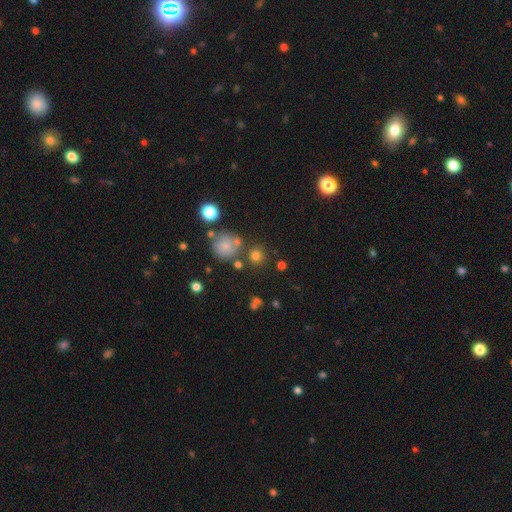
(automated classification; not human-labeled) Morphology: type=smooth (75%); roundness=round (90%); merging=none (74%).